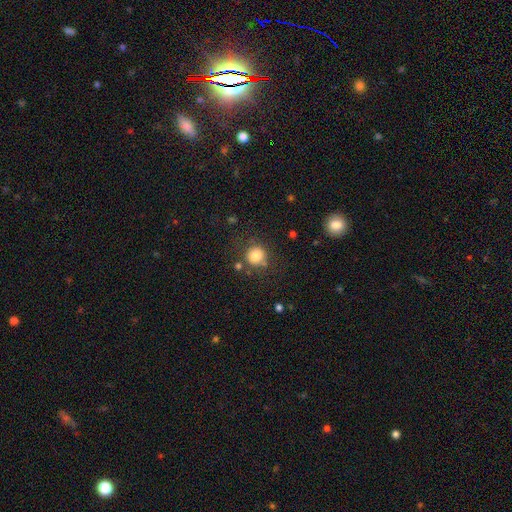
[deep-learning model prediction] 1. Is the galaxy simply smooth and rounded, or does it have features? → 80% smooth, 12% star or artifact, 8% featured or disk.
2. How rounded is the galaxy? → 92% round, 7% in between, 1% cigar-shaped.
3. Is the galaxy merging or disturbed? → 78% none, 11% minor disturbance, 6% merger, 4% major disturbance.